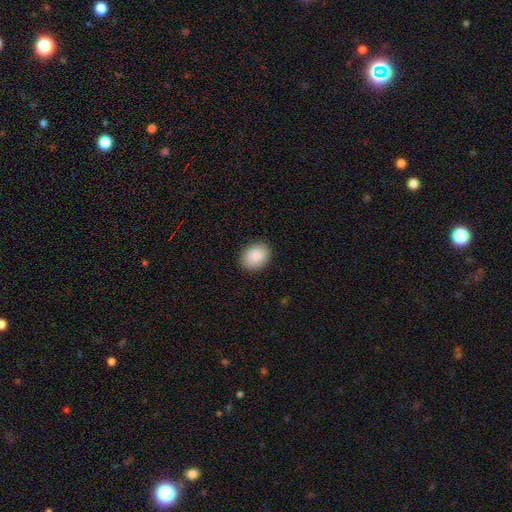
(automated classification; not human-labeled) The model was most divided on "how rounded": in between: 63%, round: 37%, cigar-shaped: 1%. More confident: merging — none (89%); smooth or featured — smooth (89%).